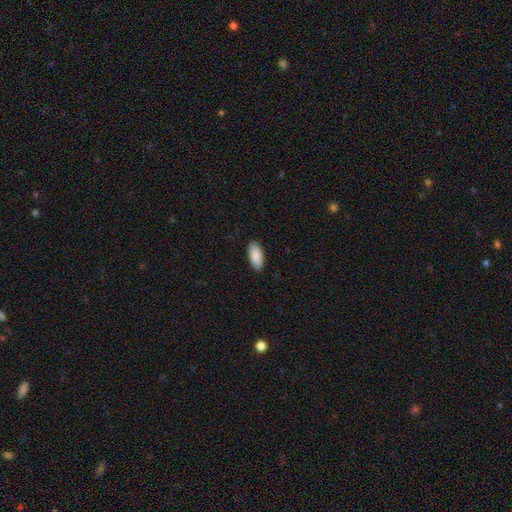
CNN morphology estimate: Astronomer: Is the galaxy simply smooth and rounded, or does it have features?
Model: smooth — 90%.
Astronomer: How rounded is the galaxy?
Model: in between — 91%.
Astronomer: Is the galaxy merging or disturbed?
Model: none — 89%.